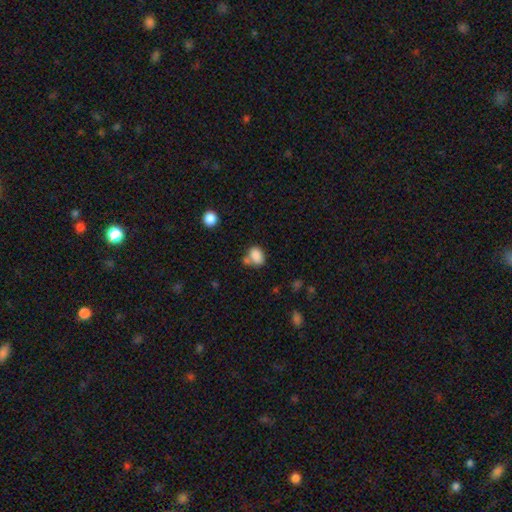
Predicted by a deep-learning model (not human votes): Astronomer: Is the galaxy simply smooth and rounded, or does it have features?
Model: smooth — 84%.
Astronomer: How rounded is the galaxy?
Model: in between — 73%.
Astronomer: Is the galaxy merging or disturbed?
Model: none — 48% (runner-up: merger, 28%).